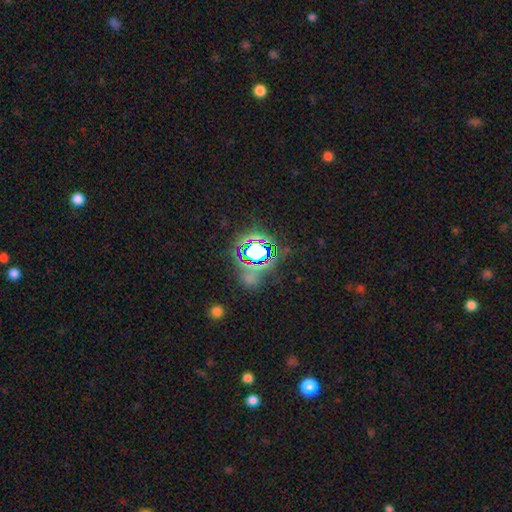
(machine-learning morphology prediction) smooth_or_featured: star or artifact (p=0.69) [alt: smooth p=0.19]